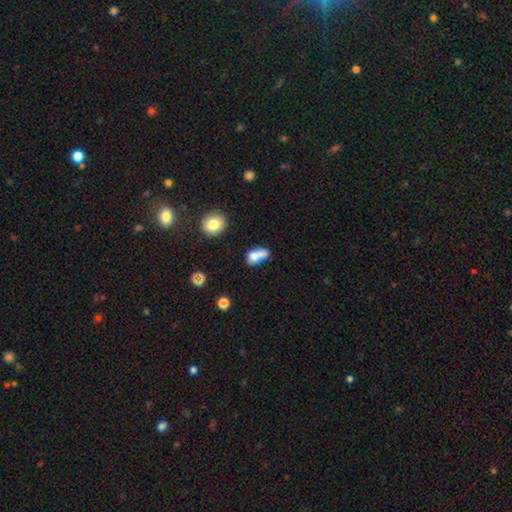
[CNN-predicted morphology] Smooth or featured?
  - smooth: 70% *
  - featured or disk: 19%
  - star or artifact: 11%
How rounded?
  - in between: 56% *
  - round: 40%
  - cigar-shaped: 5%
Merging?
  - merger: 59% *
  - none: 23%
  - minor disturbance: 10%
  - major disturbance: 9%